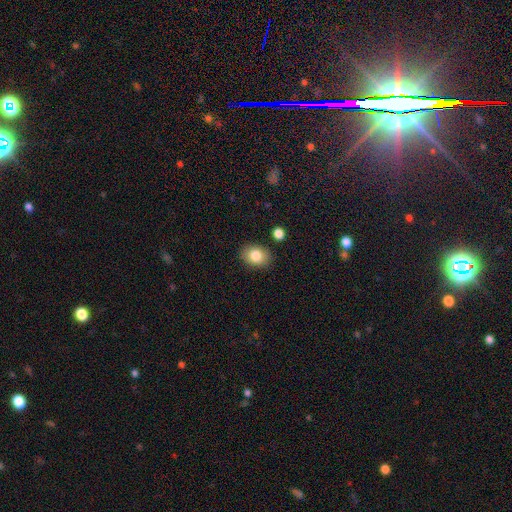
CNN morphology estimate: Smooth or featured? smooth (83%)
How rounded? in between (63%)
Merging? none (85%)